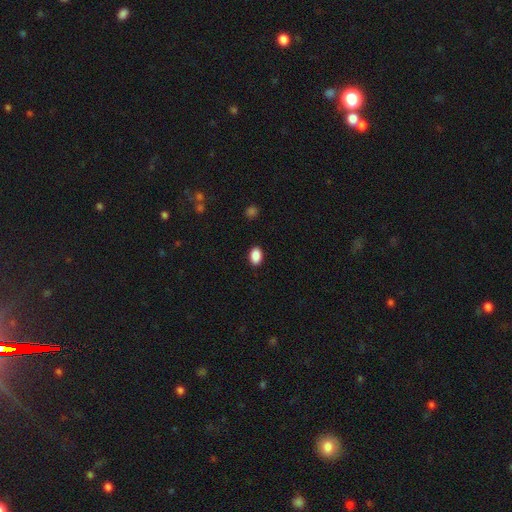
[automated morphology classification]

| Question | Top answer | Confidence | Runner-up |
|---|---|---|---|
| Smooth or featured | smooth | 89% | star or artifact (8%) |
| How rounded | in between | 87% | round (12%) |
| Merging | none | 89% | minor disturbance (8%) |